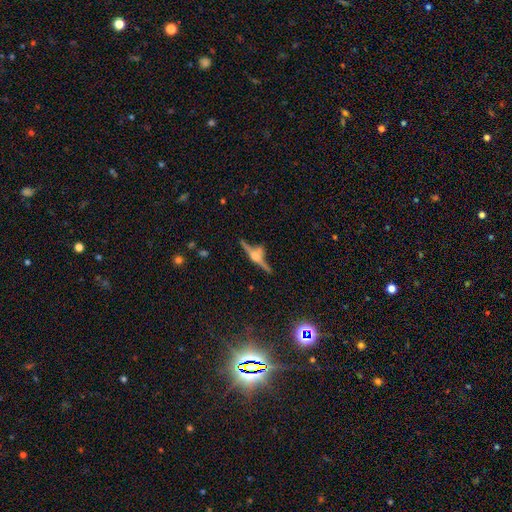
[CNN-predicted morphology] This appears to be a featured or disk galaxy (75%) viewed edge-on (95%) with a rounded central bulge (87%). Merging: none (72%).